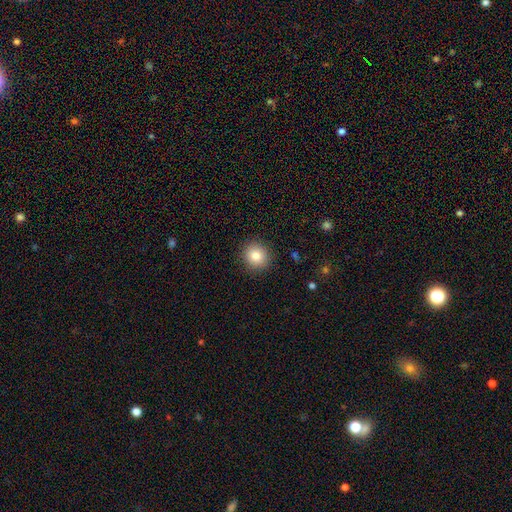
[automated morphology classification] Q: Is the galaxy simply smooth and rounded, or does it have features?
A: smooth — 84%.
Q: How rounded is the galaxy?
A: round — 89%.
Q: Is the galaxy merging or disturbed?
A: none — 91%.